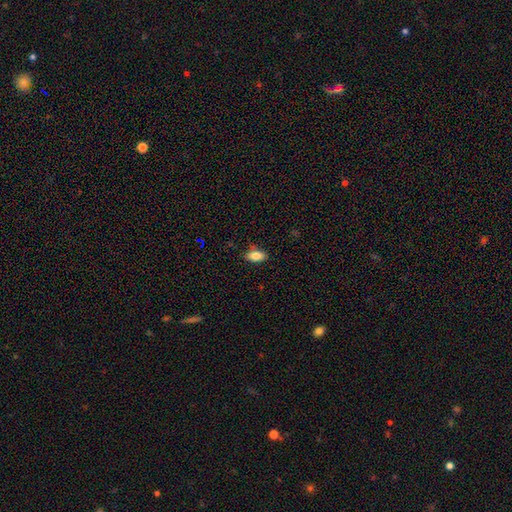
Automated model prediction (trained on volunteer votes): Smooth or featured?
  - smooth: 83% *
  - featured or disk: 9%
  - star or artifact: 8%
How rounded?
  - in between: 89% *
  - cigar-shaped: 7%
  - round: 4%
Merging?
  - none: 81% *
  - minor disturbance: 14%
  - major disturbance: 3%
  - merger: 2%